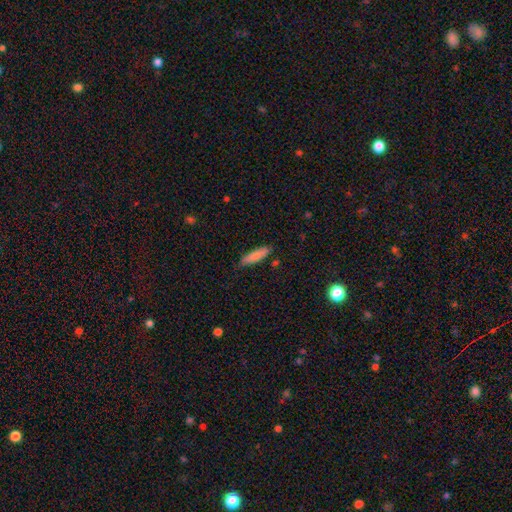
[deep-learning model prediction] This appears to be a smooth galaxy with no disk features (83%) that is cigar-shaped (65%). Merging: none (82%).